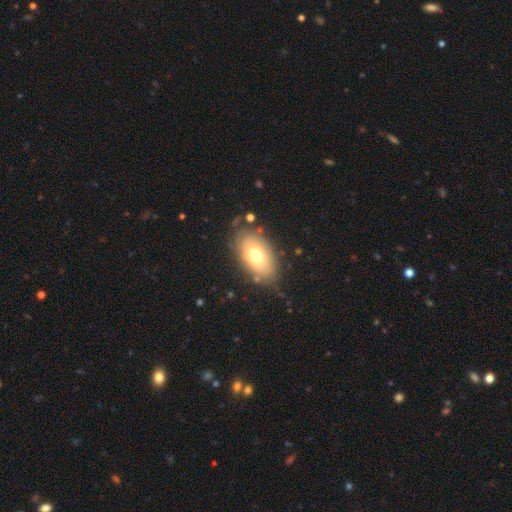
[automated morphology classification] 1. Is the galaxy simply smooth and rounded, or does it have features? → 67% smooth, 25% featured or disk, 8% star or artifact.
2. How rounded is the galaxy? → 92% in between, 6% round, 2% cigar-shaped.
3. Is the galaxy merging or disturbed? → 75% none, 17% minor disturbance, 5% major disturbance, 3% merger.